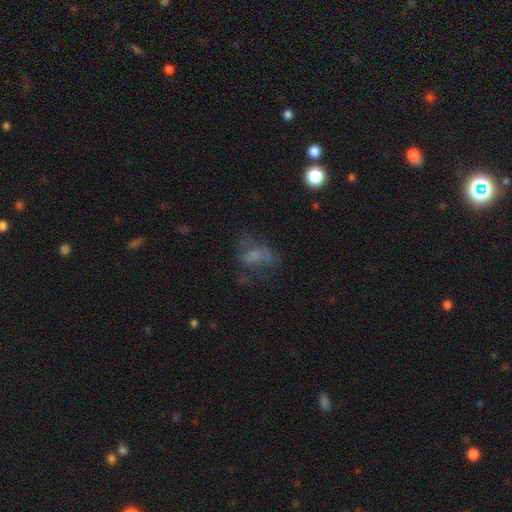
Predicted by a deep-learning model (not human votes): Smooth or featured: smooth — 45% (featured or disk — 36%)
Merging: none — 39% (major disturbance — 36%)